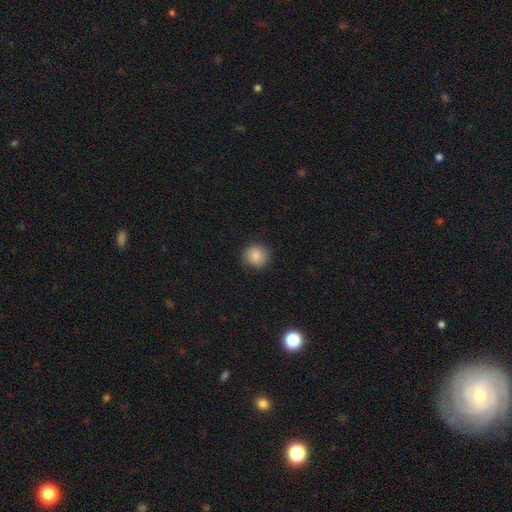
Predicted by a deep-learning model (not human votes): This appears to be a smooth galaxy with no disk features (85%) that is round (90%). Merging: none (88%).